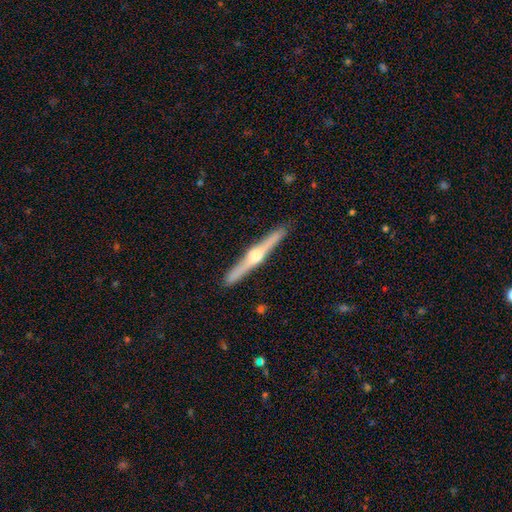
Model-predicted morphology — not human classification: Smooth or featured: featured or disk — 79% (smooth — 16%)
Edge-on disk: yes — 98% (no — 2%)
Edge-on bulge: rounded — 94% (none — 3%)
Merging: none — 92% (minor disturbance — 6%)